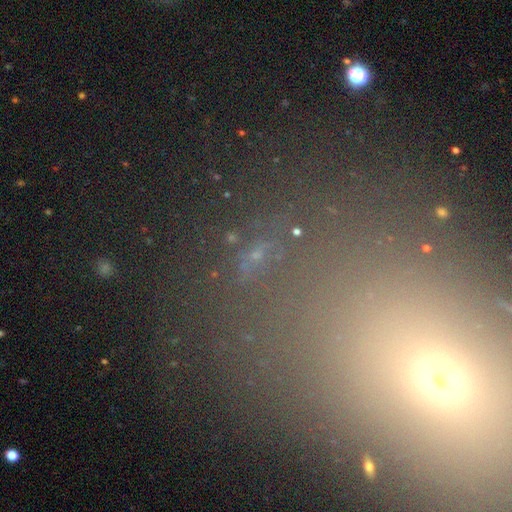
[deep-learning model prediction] A star or artifact, not a galaxy (62%).